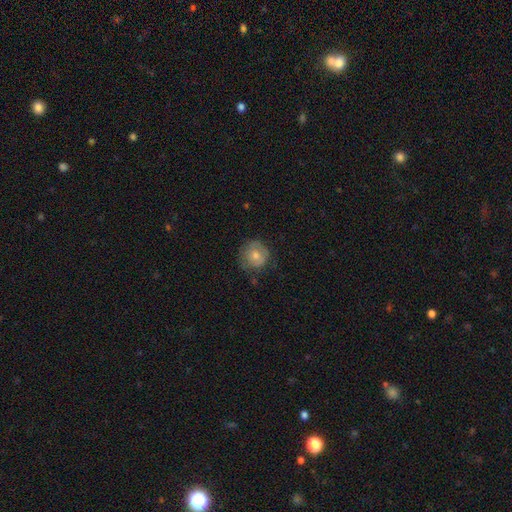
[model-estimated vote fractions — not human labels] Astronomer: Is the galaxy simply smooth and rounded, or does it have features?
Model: smooth — 59%.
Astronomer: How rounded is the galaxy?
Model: round — 90%.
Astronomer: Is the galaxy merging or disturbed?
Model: none — 73%.